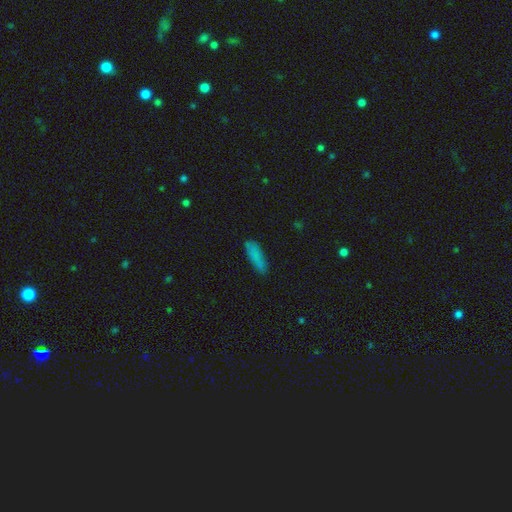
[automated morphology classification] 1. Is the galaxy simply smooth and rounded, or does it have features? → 82% smooth, 9% star or artifact, 8% featured or disk.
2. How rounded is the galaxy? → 58% cigar-shaped, 40% in between, 2% round.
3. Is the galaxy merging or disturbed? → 80% none, 15% minor disturbance, 4% major disturbance, 2% merger.